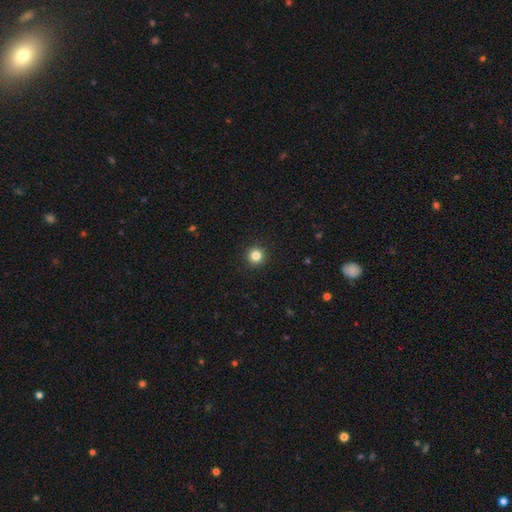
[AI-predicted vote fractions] Q: Smooth or featured?
A: smooth (83%); runner-up: star or artifact (12%)
Q: How rounded?
A: round (96%); runner-up: in between (3%)
Q: Merging?
A: none (93%); runner-up: minor disturbance (4%)